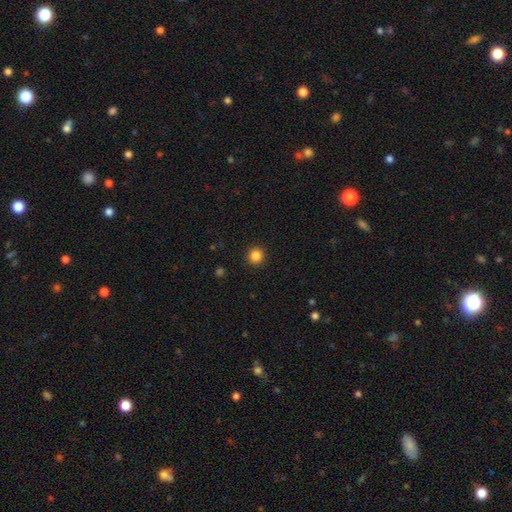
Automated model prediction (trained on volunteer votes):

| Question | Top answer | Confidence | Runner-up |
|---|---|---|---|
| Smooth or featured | smooth | 85% | star or artifact (11%) |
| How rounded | round | 94% | in between (5%) |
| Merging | none | 93% | minor disturbance (4%) |